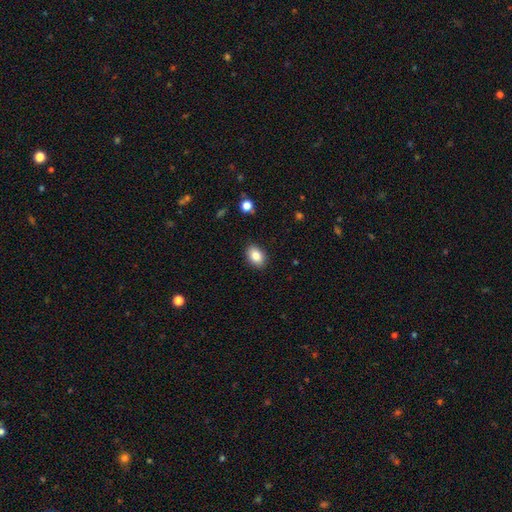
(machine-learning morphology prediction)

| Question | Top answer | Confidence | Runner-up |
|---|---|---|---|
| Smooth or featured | smooth | 85% | star or artifact (8%) |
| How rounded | in between | 83% | round (16%) |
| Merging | none | 88% | minor disturbance (9%) |